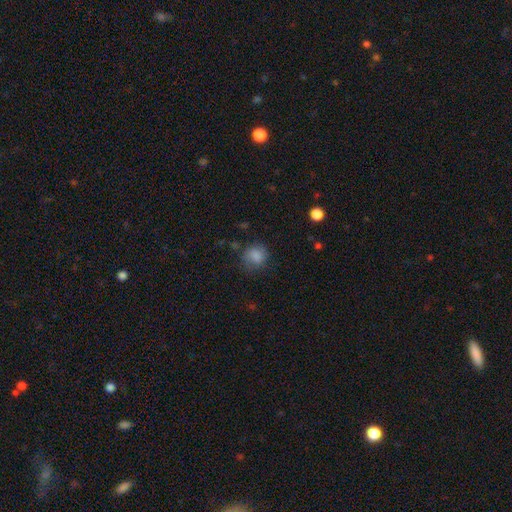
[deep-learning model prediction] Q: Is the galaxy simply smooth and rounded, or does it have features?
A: smooth — 80%.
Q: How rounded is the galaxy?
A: round — 71%.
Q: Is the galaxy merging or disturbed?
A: none — 64%.